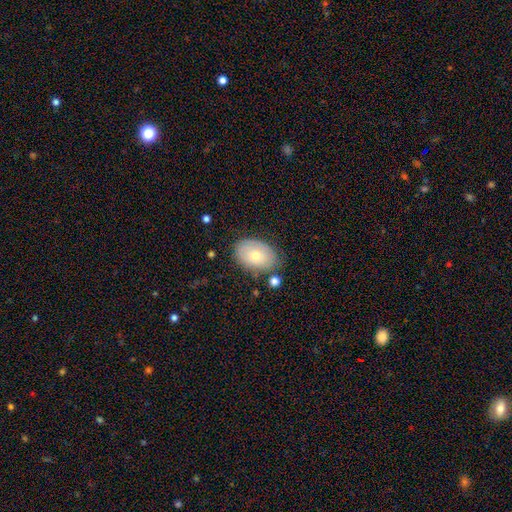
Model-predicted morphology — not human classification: The model was most divided on "smooth or featured": smooth: 66%, featured or disk: 26%, star or artifact: 8%. More confident: how rounded — in between (83%); merging — none (75%).